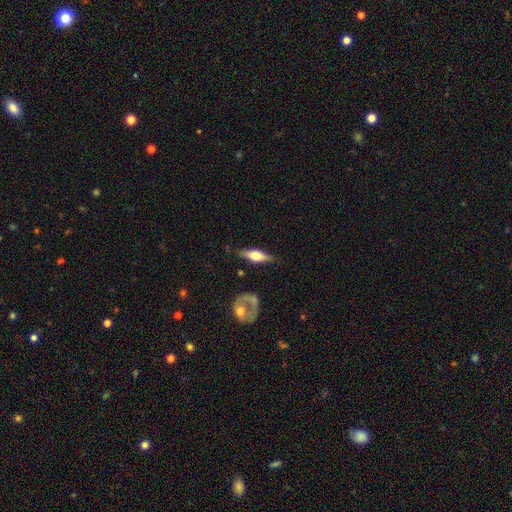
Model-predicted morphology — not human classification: A featured or disk galaxy (56%) viewed edge-on (91%) with a rounded central bulge (92%). Merging: none (79%).